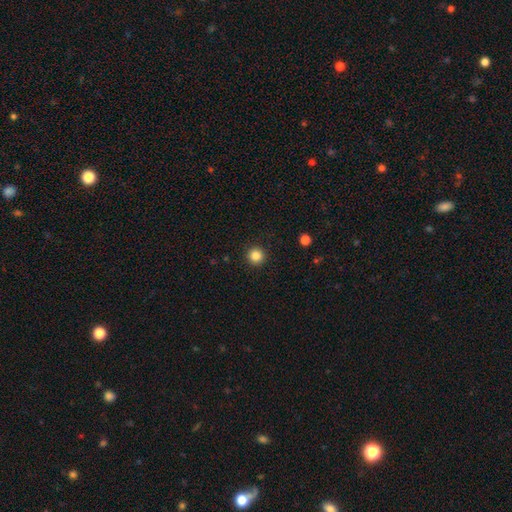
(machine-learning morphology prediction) This is clearly a smooth galaxy (85%). How rounded: clearly round (96%). Merging: clearly none (93%).